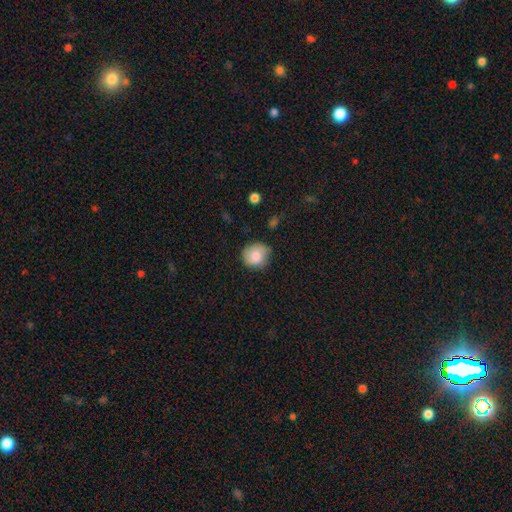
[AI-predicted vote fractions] smooth_or_featured: smooth (p=0.81) [alt: featured or disk p=0.11]
how_rounded: round (p=0.84) [alt: in between p=0.15]
merging: none (p=0.72) [alt: minor disturbance p=0.22]